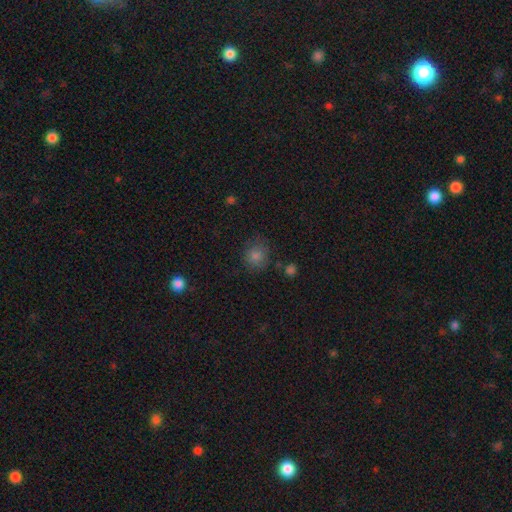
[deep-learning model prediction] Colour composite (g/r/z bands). It shows a smooth galaxy with no disk features (80%) that is round (83%). Merging: none (79%).